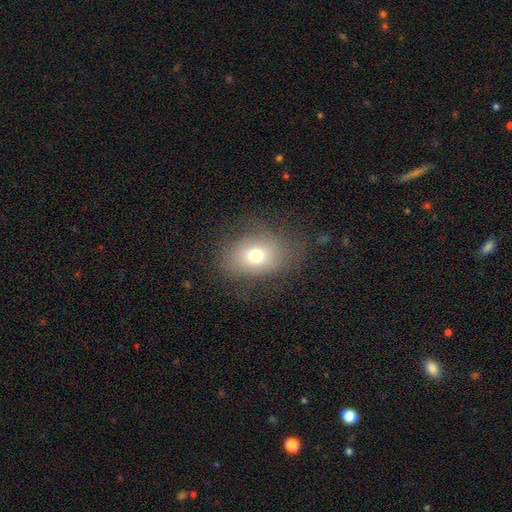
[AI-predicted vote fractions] A smooth galaxy with no disk features (71%) that is in between round and cigar-shaped (57%).

Vote fractions:
- Smooth or featured? smooth: 71% / featured or disk: 15% / star or artifact: 14%
- How rounded? in between: 57% / round: 42% / cigar-shaped: 1%
- Merging? none: 68% / minor disturbance: 18% / major disturbance: 12% / merger: 1%